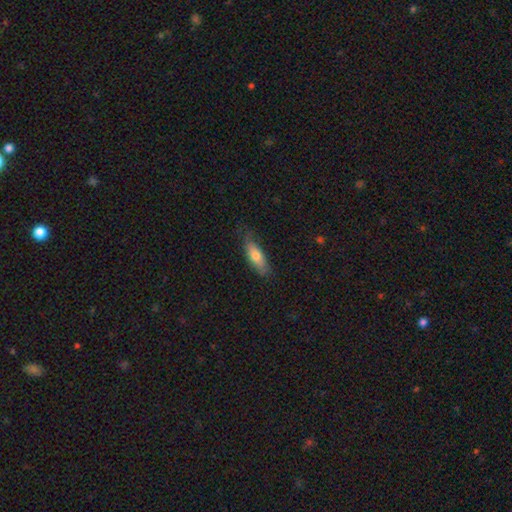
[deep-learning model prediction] Morphology: type=smooth (71%); roundness=in between (59%); merging=none (71%).